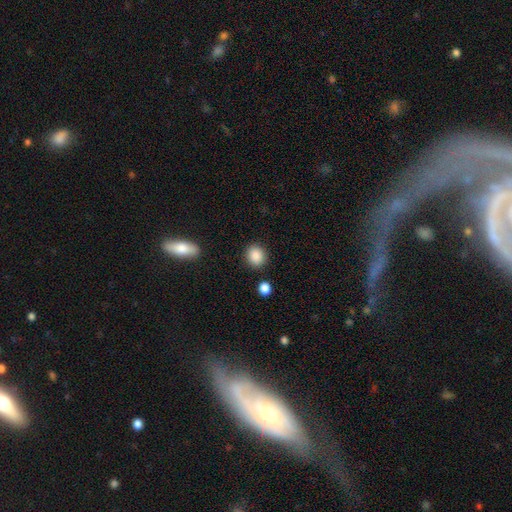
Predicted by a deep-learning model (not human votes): Smooth or featured? smooth (88%)
How rounded? round (72%)
Merging? none (87%)